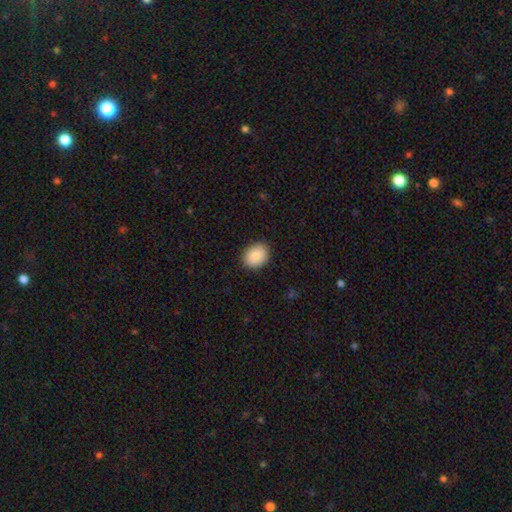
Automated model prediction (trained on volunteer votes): Smooth or featured: smooth — 88% (star or artifact — 7%)
How rounded: in between — 55% (round — 44%)
Merging: none — 88% (minor disturbance — 9%)